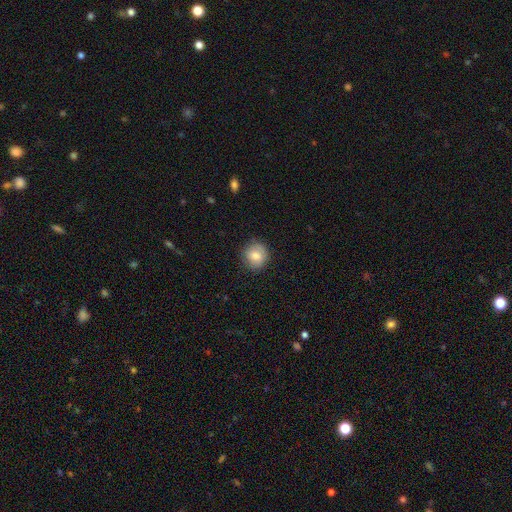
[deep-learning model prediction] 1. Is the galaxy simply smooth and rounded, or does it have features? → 81% smooth, 11% featured or disk, 9% star or artifact.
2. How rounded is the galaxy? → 88% round, 11% in between, 1% cigar-shaped.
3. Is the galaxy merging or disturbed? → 85% none, 12% minor disturbance, 3% major disturbance, 1% merger.